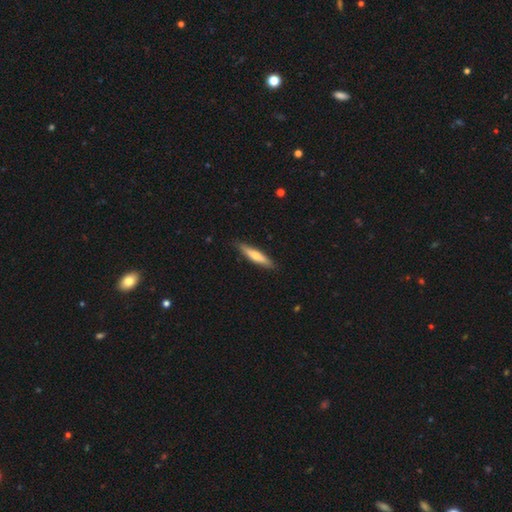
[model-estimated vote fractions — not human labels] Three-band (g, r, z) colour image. It shows a smooth galaxy with no disk features (60%) that is cigar-shaped (86%). Merging: none (88%).